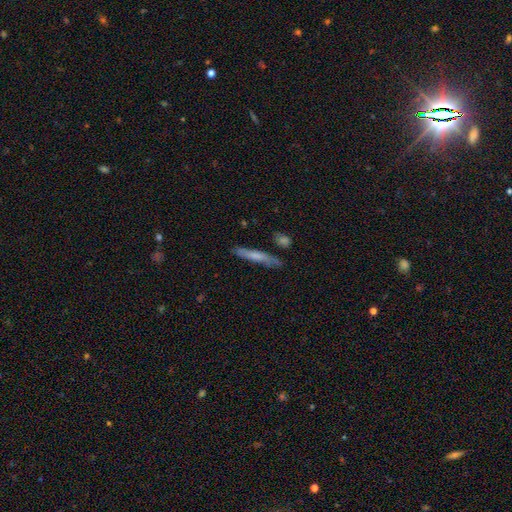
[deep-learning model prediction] smooth_or_featured: smooth (p=0.58) [alt: featured or disk p=0.35]
how_rounded: cigar-shaped (p=0.93) [alt: in between p=0.05]
merging: none (p=0.79) [alt: minor disturbance p=0.15]